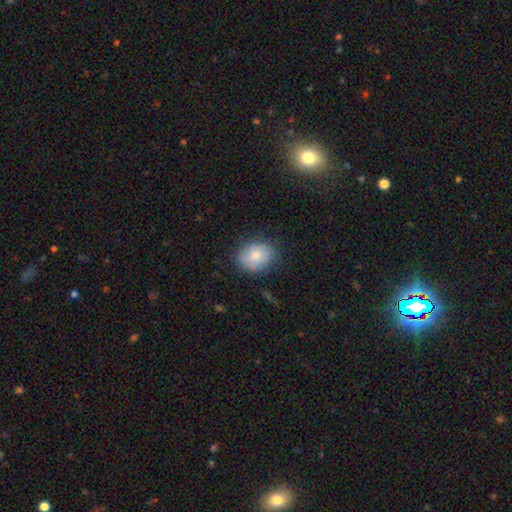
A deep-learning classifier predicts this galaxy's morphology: smooth-or-featured: smooth: 80% | featured or disk: 13% | star or artifact: 7%
  how-rounded: round: 55% | in between: 44% | cigar-shaped: 1%
  merging: none: 75% | minor disturbance: 19% | major disturbance: 5% | merger: 1%